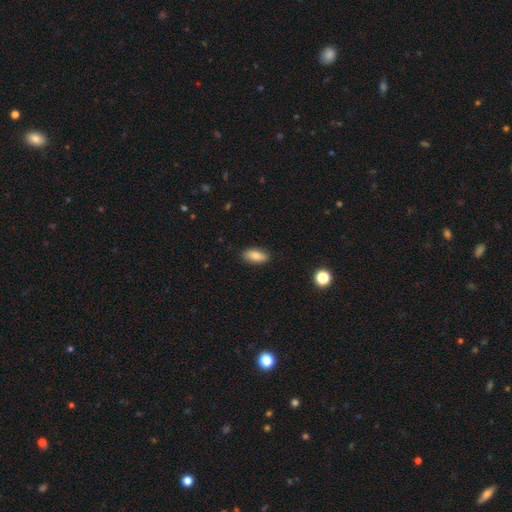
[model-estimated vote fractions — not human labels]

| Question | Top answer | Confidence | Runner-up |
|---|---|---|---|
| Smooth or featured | smooth | 82% | featured or disk (11%) |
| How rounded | in between | 86% | cigar-shaped (11%) |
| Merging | none | 88% | minor disturbance (9%) |